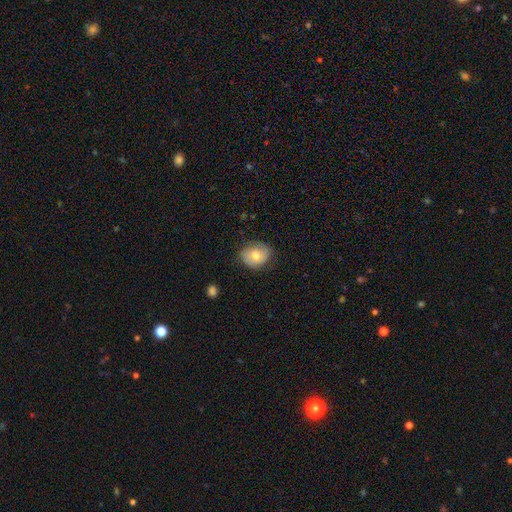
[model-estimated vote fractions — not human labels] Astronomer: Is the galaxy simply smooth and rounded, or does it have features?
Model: smooth — 68%.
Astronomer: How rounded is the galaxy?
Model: round — 60% (runner-up: in between, 39%).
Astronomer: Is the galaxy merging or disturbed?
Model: none — 72%.